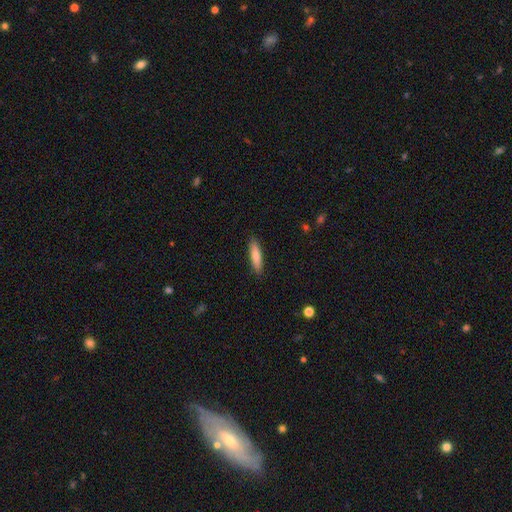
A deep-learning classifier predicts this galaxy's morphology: smooth_or_featured: smooth (p=0.74) [alt: featured or disk p=0.20]
how_rounded: cigar-shaped (p=0.75) [alt: in between p=0.23]
merging: none (p=0.89) [alt: minor disturbance p=0.08]